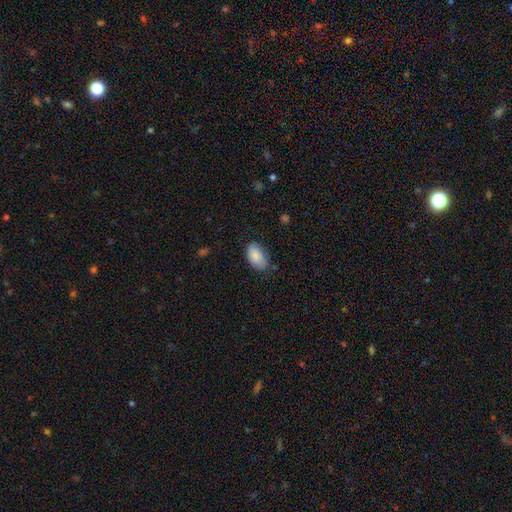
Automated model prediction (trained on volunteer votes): Smooth or featured? smooth (86%)
How rounded? in between (94%)
Merging? none (74%)